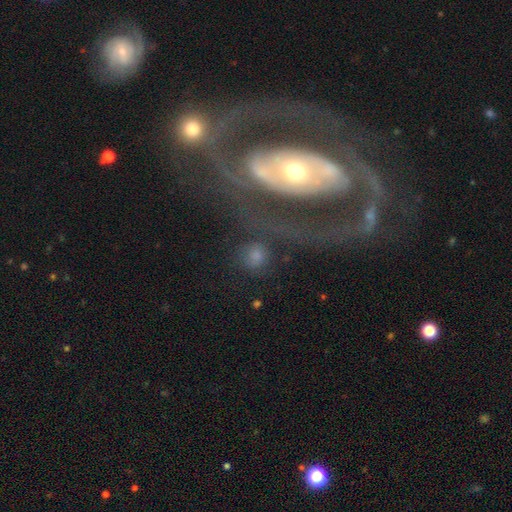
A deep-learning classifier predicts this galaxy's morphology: Q: Smooth or featured?
A: smooth (57%); runner-up: featured or disk (26%)
Q: How rounded?
A: round (78%); runner-up: in between (19%)
Q: Merging?
A: none (66%); runner-up: minor disturbance (13%)